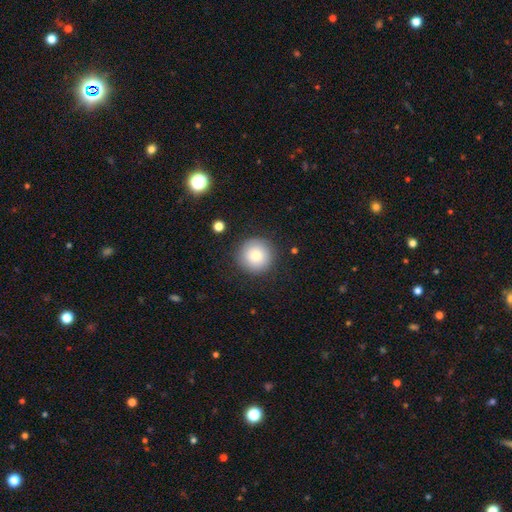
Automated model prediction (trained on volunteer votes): Overall: smooth (79%). How rounded: round (96%). Merging: none (87%).